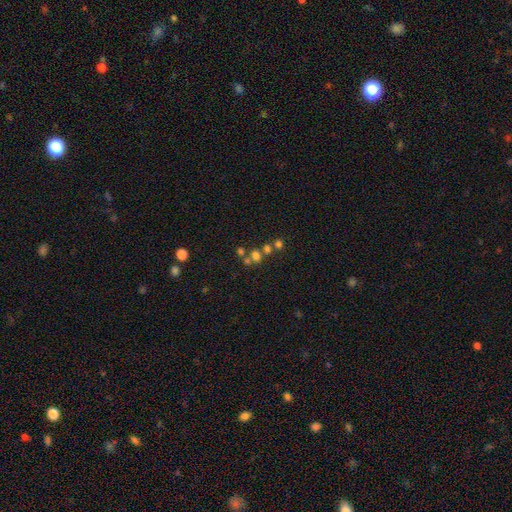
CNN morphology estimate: Smooth or featured? Predicted: smooth (p=0.61). How rounded? Predicted: round (p=0.71). Merging? Predicted: none (p=0.50).